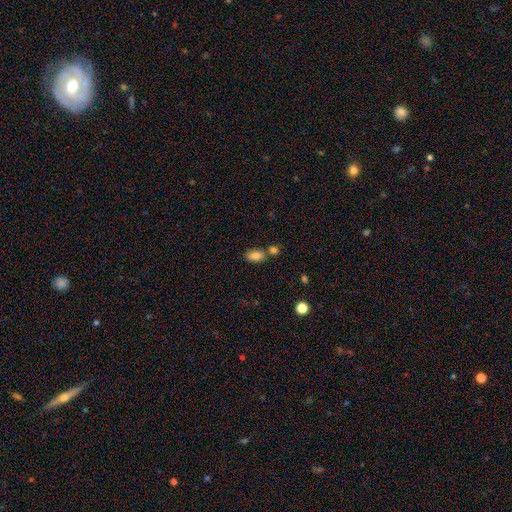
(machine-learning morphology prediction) A smooth galaxy with no disk features (81%) that is in between round and cigar-shaped (89%). Merging: none (63%).